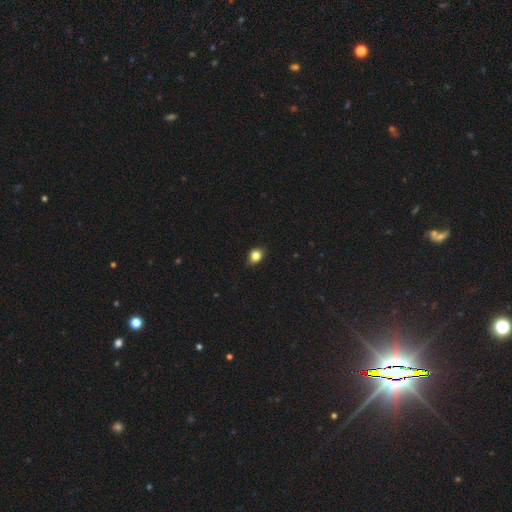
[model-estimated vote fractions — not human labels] This is clearly a smooth galaxy (83%). How rounded: possibly in between (54%). Merging: clearly none (81%).